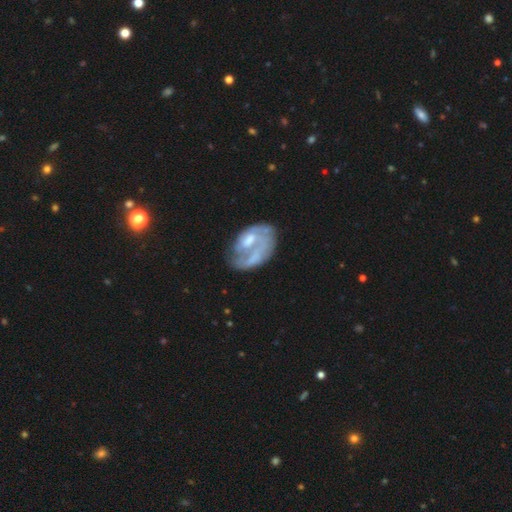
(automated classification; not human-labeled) Q: Smooth or featured?
A: featured or disk (67%); runner-up: smooth (27%)
Q: Edge-on disk?
A: no (97%); runner-up: yes (3%)
Q: Bar?
A: no (56%); runner-up: weak (35%)
Q: Spiral arms?
A: yes (62%); runner-up: no (38%)
Q: Bulge size?
A: moderate (43%); runner-up: small (26%)
Q: Merging?
A: none (41%); runner-up: major disturbance (29%)